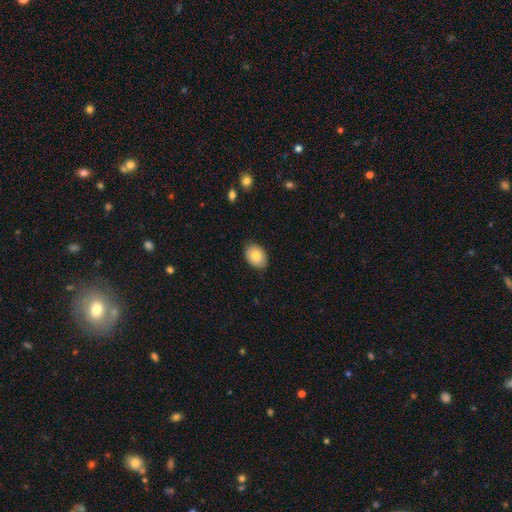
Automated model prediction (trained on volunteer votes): A smooth galaxy with no disk features (82%) that is in between round and cigar-shaped (79%). Merging: none (86%).